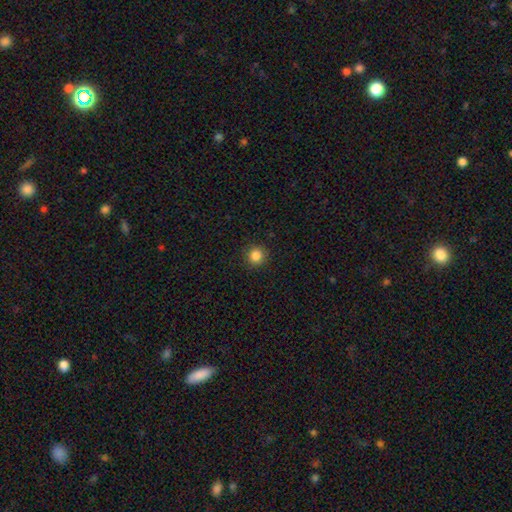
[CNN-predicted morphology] smooth-or-featured: smooth: 84% | star or artifact: 11% | featured or disk: 4%
  how-rounded: round: 93% | in between: 6% | cigar-shaped: 1%
  merging: none: 90% | minor disturbance: 7% | major disturbance: 2% | merger: 1%